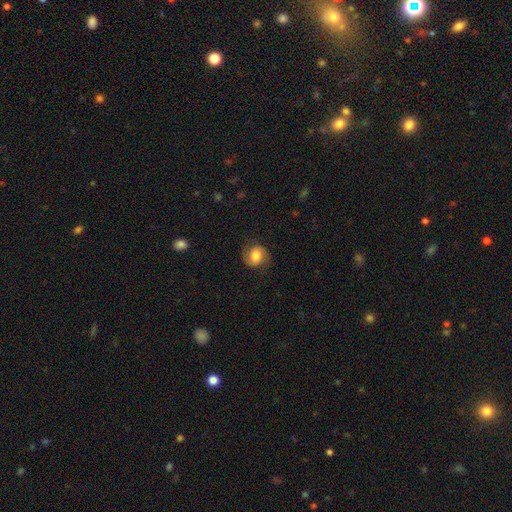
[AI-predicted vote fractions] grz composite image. It shows a smooth galaxy with no disk features (60%) that is round (73%). Merging: none (75%).